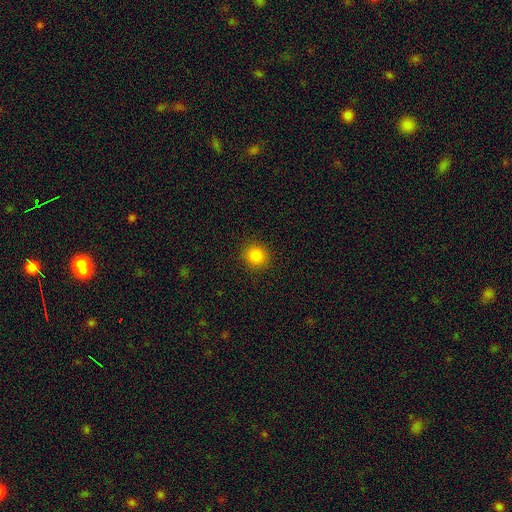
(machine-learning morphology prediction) Smooth or featured? Predicted: smooth (p=0.83). How rounded? Predicted: round (p=0.88). Merging? Predicted: none (p=0.91).